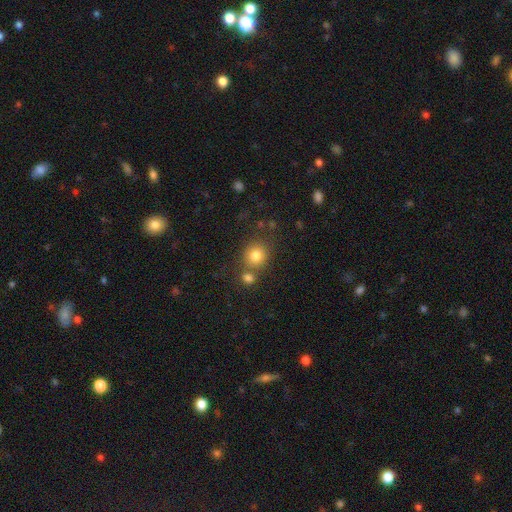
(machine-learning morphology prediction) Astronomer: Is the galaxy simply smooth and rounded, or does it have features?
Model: smooth — 80%.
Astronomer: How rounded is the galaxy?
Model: round — 82%.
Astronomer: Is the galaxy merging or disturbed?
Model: none — 63%.